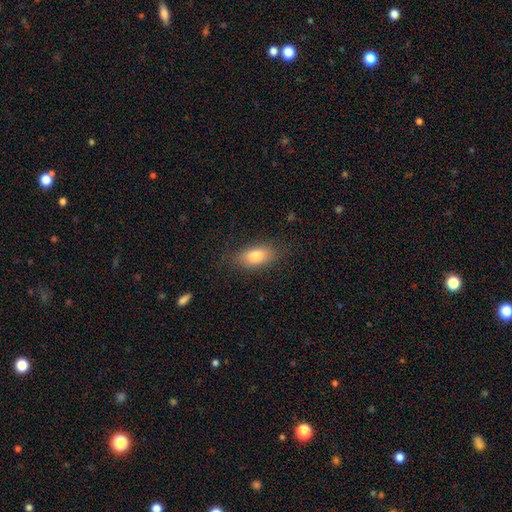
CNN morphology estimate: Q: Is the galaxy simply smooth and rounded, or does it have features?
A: smooth — 81%.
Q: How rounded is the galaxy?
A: in between — 88%.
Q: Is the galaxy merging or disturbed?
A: none — 81%.